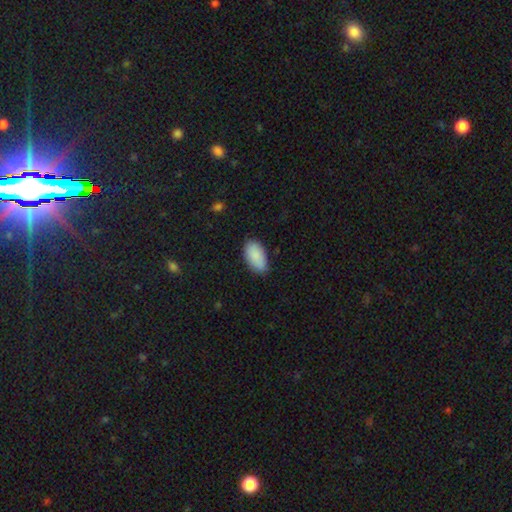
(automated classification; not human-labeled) Smooth or featured: smooth — 89% (star or artifact — 6%)
How rounded: in between — 95% (round — 3%)
Merging: none — 76% (minor disturbance — 19%)